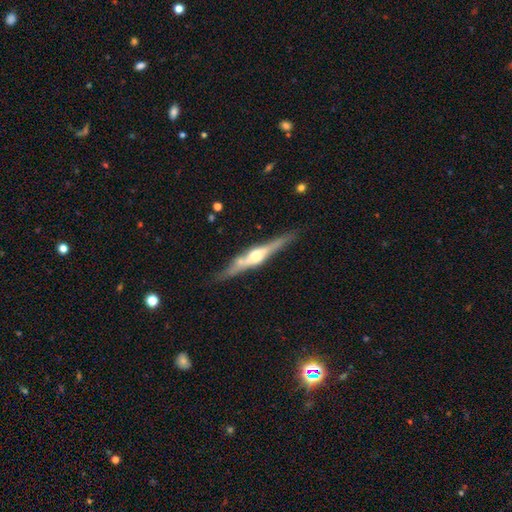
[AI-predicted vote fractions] Overall: featured or disk (78%). Edge-on disk: yes (98%). Edge-on bulge: rounded (86%). Merging: none (82%).